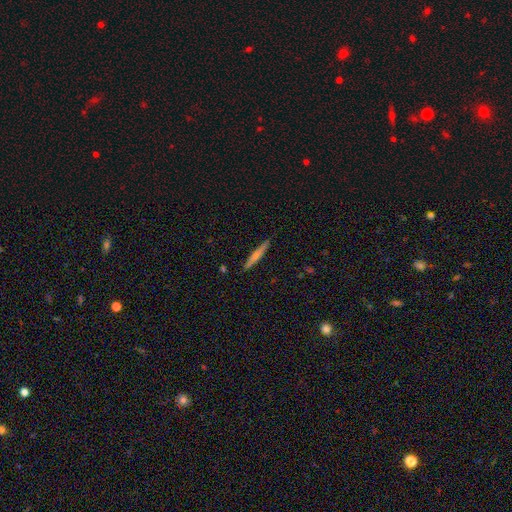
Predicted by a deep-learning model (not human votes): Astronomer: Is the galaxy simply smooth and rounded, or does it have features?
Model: featured or disk — 56% (runner-up: smooth, 38%).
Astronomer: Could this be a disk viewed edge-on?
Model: yes — 96%.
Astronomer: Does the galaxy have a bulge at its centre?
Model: rounded — 76%.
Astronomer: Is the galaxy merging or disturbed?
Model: none — 89%.